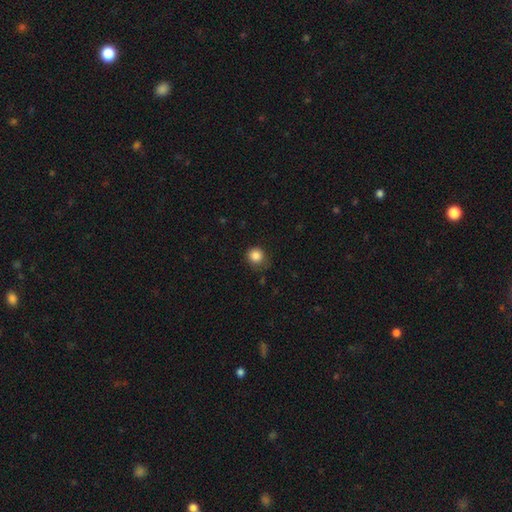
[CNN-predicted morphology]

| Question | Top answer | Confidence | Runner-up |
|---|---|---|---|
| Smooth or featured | smooth | 85% | star or artifact (11%) |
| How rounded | round | 90% | in between (9%) |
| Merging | none | 75% | minor disturbance (19%) |